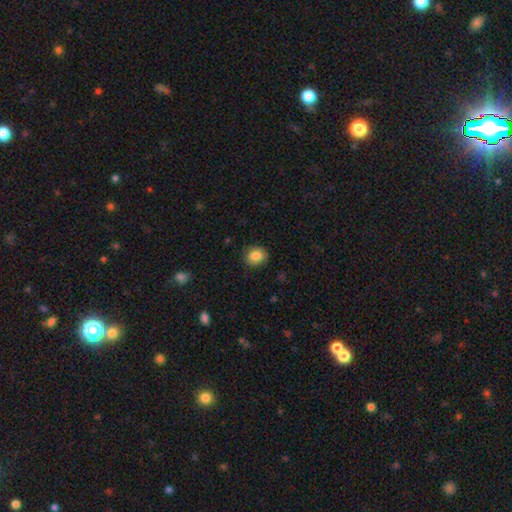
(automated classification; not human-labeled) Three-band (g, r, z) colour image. It shows a smooth galaxy with no disk features (85%) that is round (81%). Merging: none (88%).